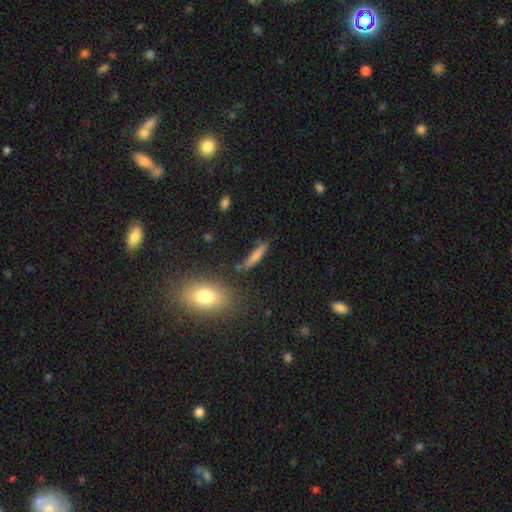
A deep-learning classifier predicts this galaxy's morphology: A smooth galaxy with no disk features (72%) that is cigar-shaped (83%). Merging: none (76%).